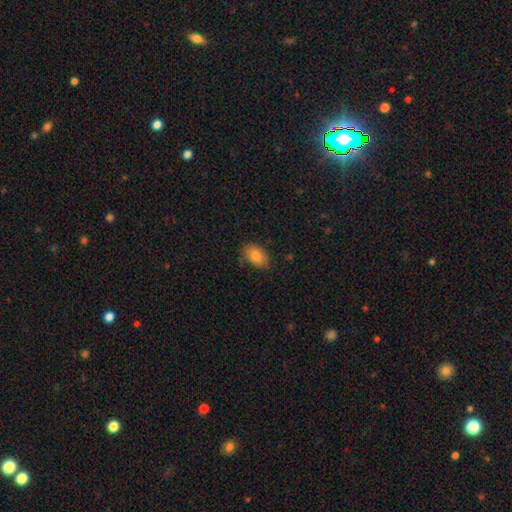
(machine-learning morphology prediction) This appears to be a smooth galaxy with no disk features (82%) that is in between round and cigar-shaped (89%). Merging: none (76%).